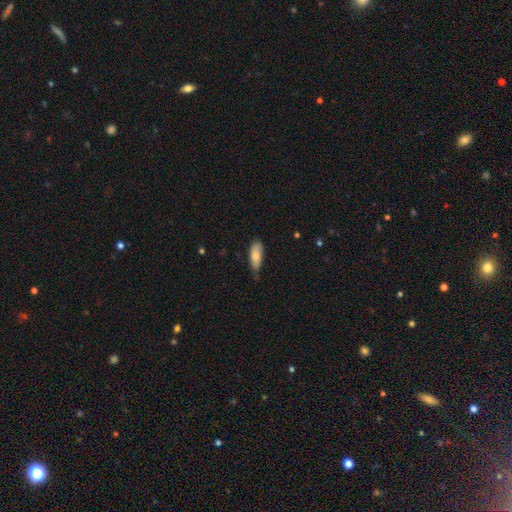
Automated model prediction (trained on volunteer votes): This appears to be a smooth galaxy with no disk features (81%) that is in between round and cigar-shaped (72%). Merging: none (56%).